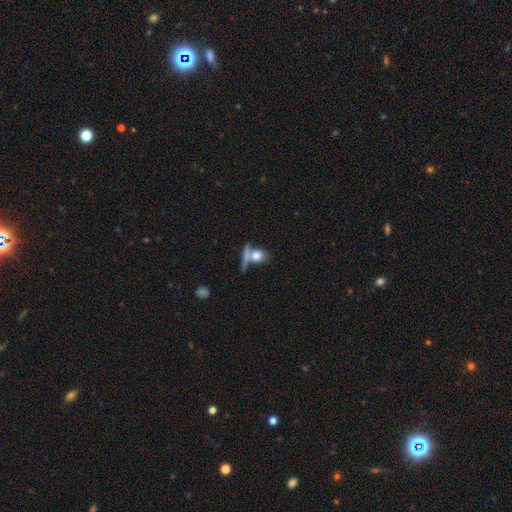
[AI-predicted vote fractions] Q: Smooth or featured?
A: smooth (72%); runner-up: featured or disk (18%)
Q: How rounded?
A: round (59%); runner-up: in between (30%)
Q: Merging?
A: none (46%); runner-up: merger (37%)